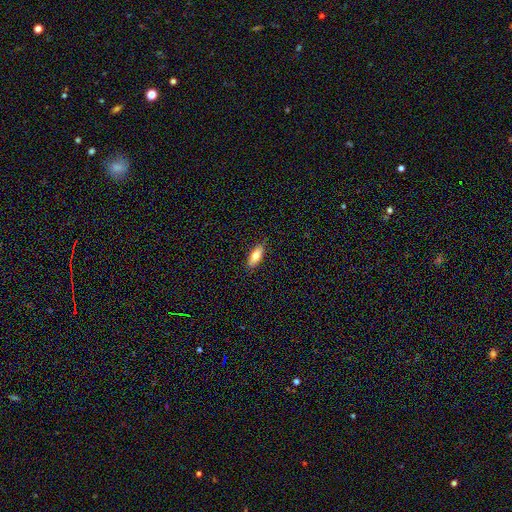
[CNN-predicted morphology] A smooth galaxy with no disk features (77%) that is in between round and cigar-shaped (72%). Merging: none (87%).